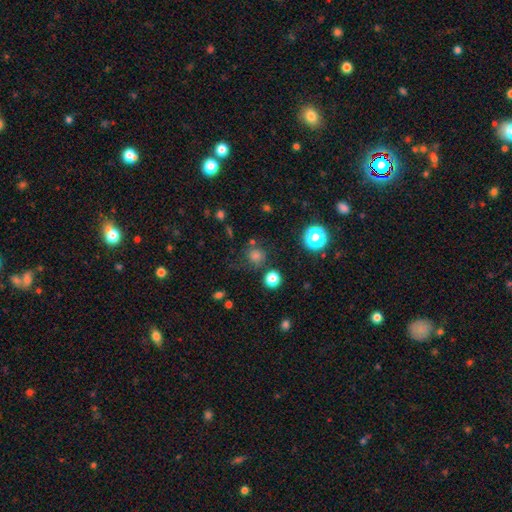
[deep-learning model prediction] A smooth galaxy with no disk features (69%) that is round (90%). Merging: none (75%).